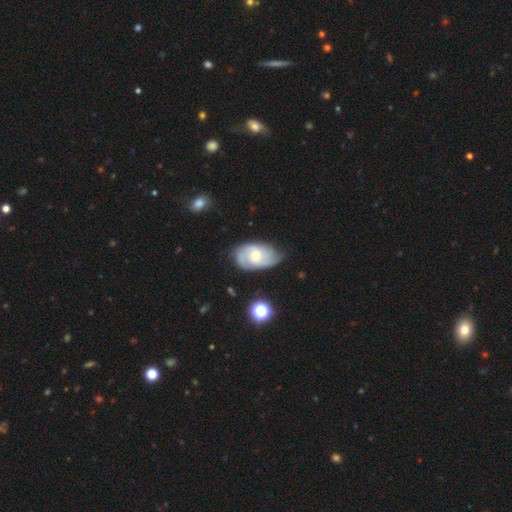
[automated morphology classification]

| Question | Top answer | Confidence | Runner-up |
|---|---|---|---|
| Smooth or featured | featured or disk | 71% | smooth (22%) |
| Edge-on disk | no | 95% | yes (5%) |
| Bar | no | 74% | weak (22%) |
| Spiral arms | yes | 90% | no (10%) |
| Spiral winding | tight | 51% | medium (36%) |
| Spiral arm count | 3 | 30% | 2 (29%) |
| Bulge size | moderate | 64% | small (32%) |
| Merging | none | 61% | minor disturbance (29%) |